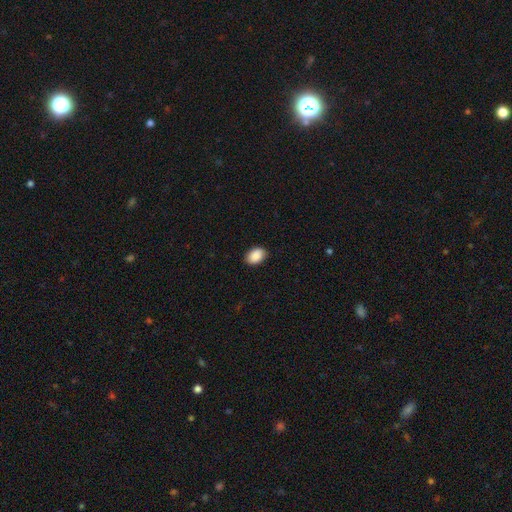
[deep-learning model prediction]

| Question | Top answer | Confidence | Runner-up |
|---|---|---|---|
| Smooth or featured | smooth | 90% | star or artifact (7%) |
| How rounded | in between | 81% | round (18%) |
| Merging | none | 89% | minor disturbance (8%) |